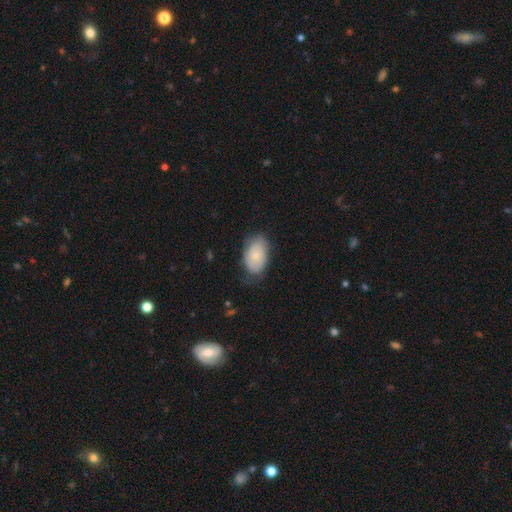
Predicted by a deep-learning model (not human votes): smooth 71%, featured or disk 23%, star or artifact 6%. Down the decision tree: how rounded — in between (92%); merging — none (66%).